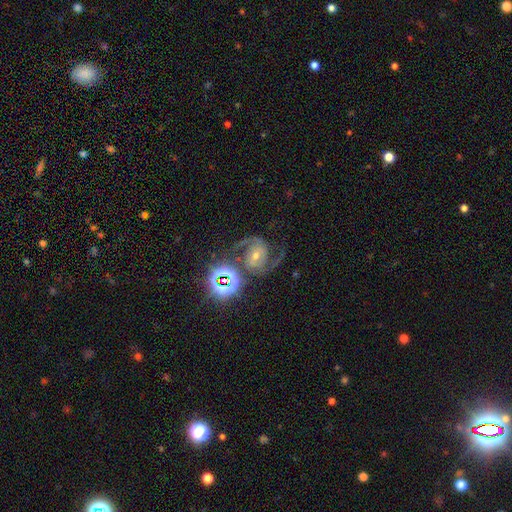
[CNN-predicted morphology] Overall: featured or disk (80%). Edge-on disk: no (98%). Bar: no (45%; weak 33%). Spiral arms: yes (98%). Spiral arm count: 2 (90%). Spiral winding: medium (60%; tight 22%). Bulge size: small (47%, tied with moderate). Merging: none (67%).